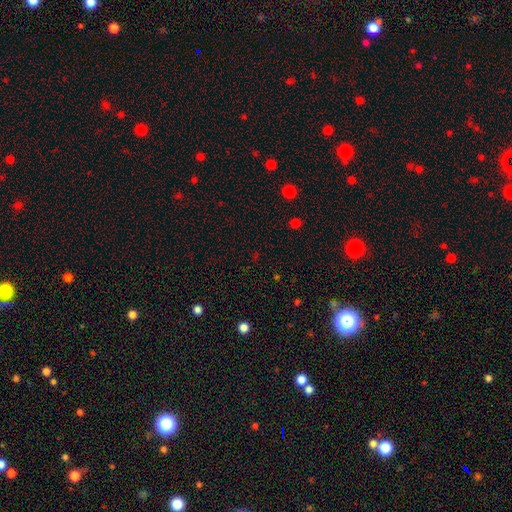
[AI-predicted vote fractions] Morphology: type=star or artifact (59%).